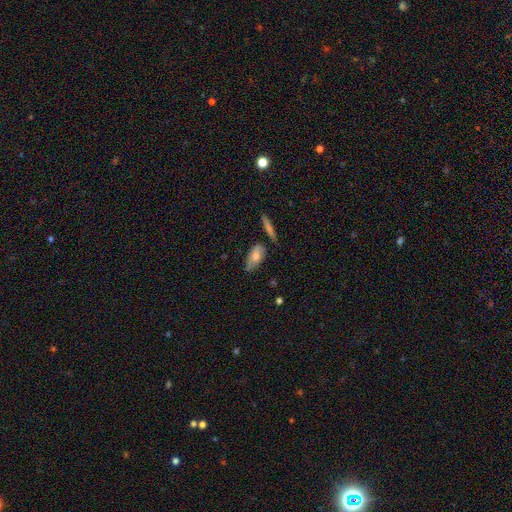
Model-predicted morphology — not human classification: Smooth or featured? smooth (70%)
How rounded? in between (81%)
Merging? none (63%)